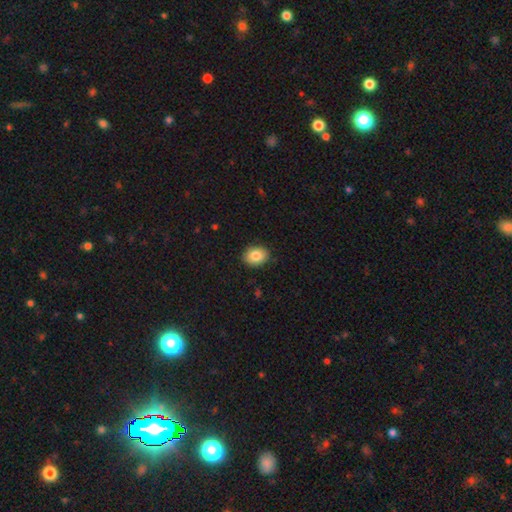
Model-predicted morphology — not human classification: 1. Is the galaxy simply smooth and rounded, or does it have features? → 84% smooth, 8% featured or disk, 8% star or artifact.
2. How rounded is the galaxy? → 61% in between, 39% round, 1% cigar-shaped.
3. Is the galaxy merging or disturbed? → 88% none, 9% minor disturbance, 2% major disturbance, 1% merger.